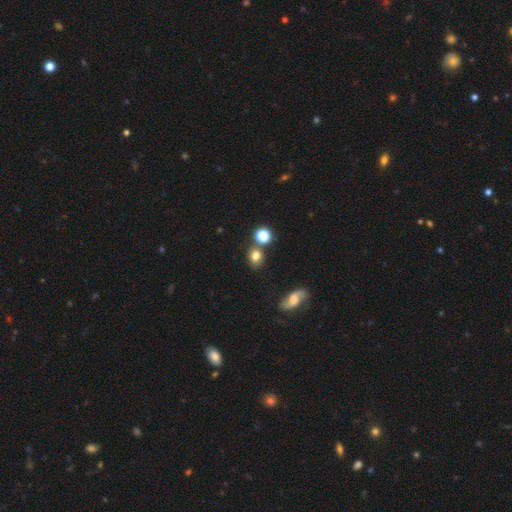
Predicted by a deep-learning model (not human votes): Overall: smooth (75%). How rounded: round (58%; in between 41%). Merging: none (71%).